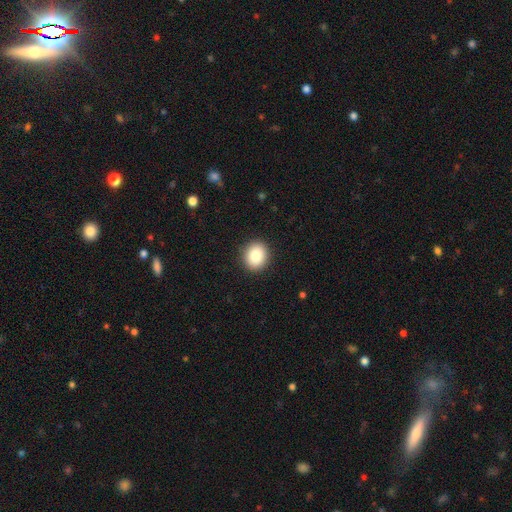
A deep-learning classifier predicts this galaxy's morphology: A smooth galaxy with no disk features (84%) that is round (75%).

Vote fractions:
- Smooth or featured? smooth: 84% / star or artifact: 8% / featured or disk: 7%
- How rounded? round: 75% / in between: 24% / cigar-shaped: 1%
- Merging? none: 91% / minor disturbance: 6% / major disturbance: 2% / merger: 1%